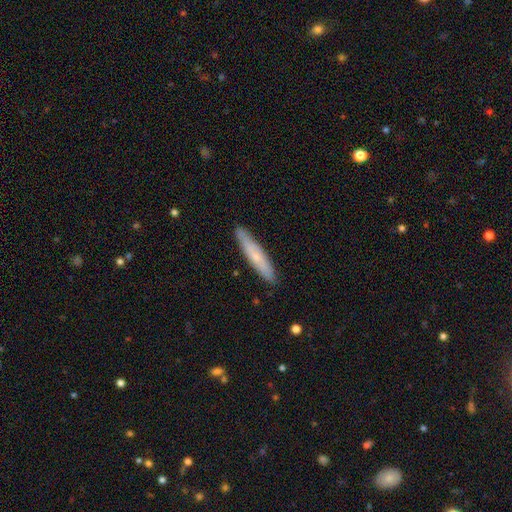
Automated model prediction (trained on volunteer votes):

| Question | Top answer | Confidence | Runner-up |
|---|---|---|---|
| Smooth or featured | smooth | 59% | featured or disk (35%) |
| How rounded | cigar-shaped | 89% | in between (10%) |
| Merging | none | 87% | minor disturbance (10%) |